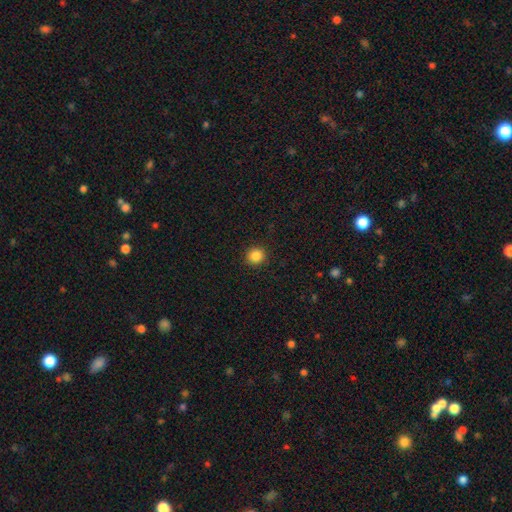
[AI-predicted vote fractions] Smooth or featured? smooth (86%)
How rounded? round (92%)
Merging? none (92%)